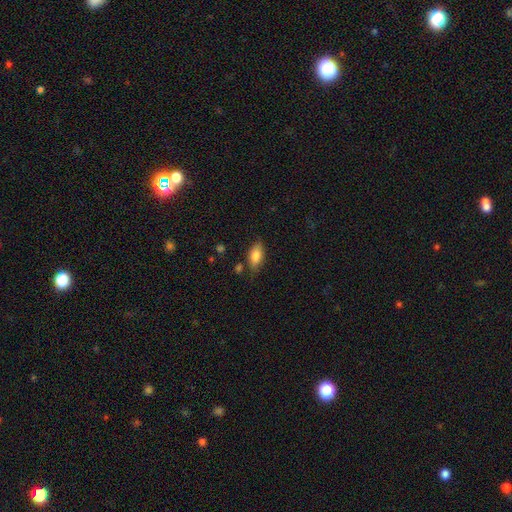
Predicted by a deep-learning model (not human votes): Overall: smooth (79%). How rounded: in between (88%). Merging: none (72%).